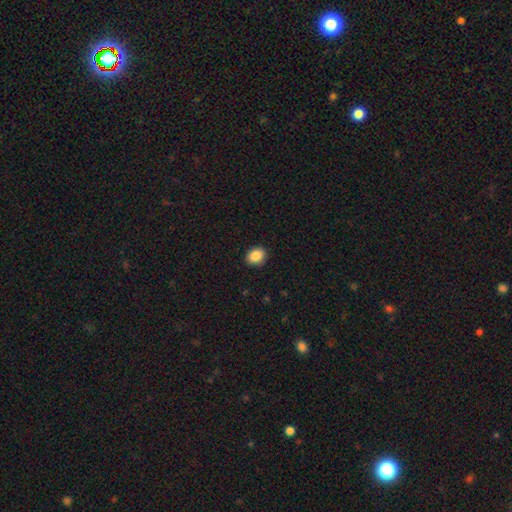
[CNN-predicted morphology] Smooth or featured: smooth — 88% (star or artifact — 9%)
How rounded: in between — 50% (round — 49%)
Merging: none — 90% (minor disturbance — 7%)